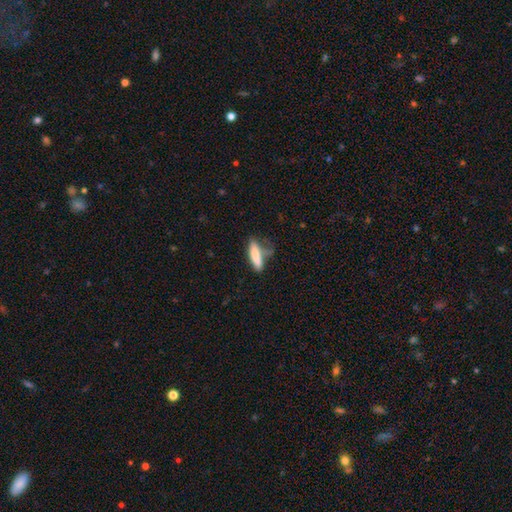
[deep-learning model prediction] smooth 77%, featured or disk 15%, star or artifact 7%. Down the decision tree: how rounded — cigar-shaped (71%); merging — none (49%).